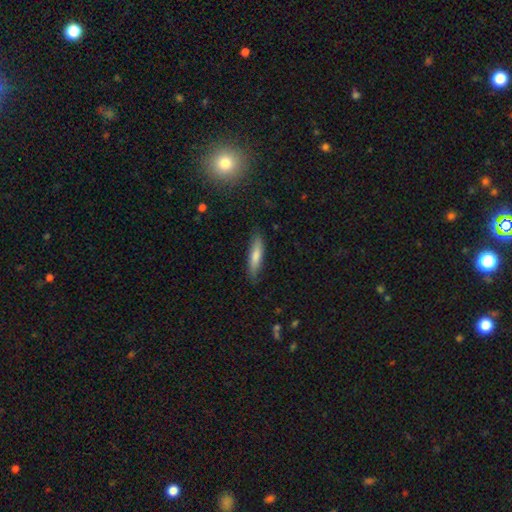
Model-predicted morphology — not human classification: Smooth or featured: smooth — 70% (featured or disk — 23%)
How rounded: cigar-shaped — 77% (in between — 21%)
Merging: none — 83% (minor disturbance — 13%)